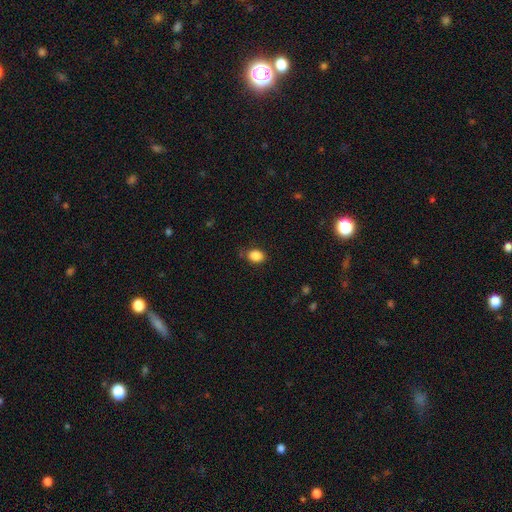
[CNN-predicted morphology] Smooth or featured?
  - smooth: 87% *
  - star or artifact: 9%
  - featured or disk: 4%
How rounded?
  - in between: 66% *
  - round: 33%
  - cigar-shaped: 1%
Merging?
  - none: 78% *
  - minor disturbance: 16%
  - major disturbance: 4%
  - merger: 2%